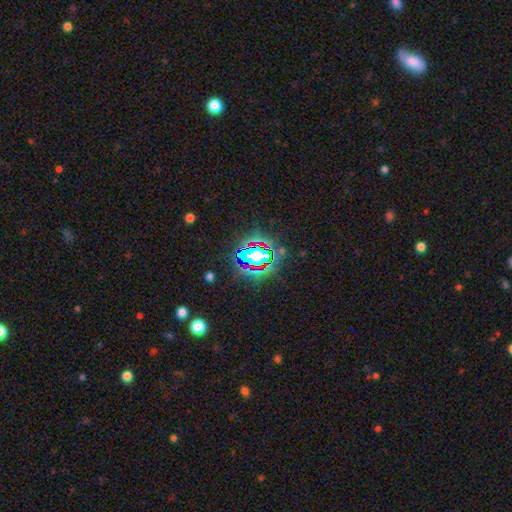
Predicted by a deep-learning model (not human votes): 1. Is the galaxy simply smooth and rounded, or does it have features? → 65% star or artifact, 21% smooth, 14% featured or disk.